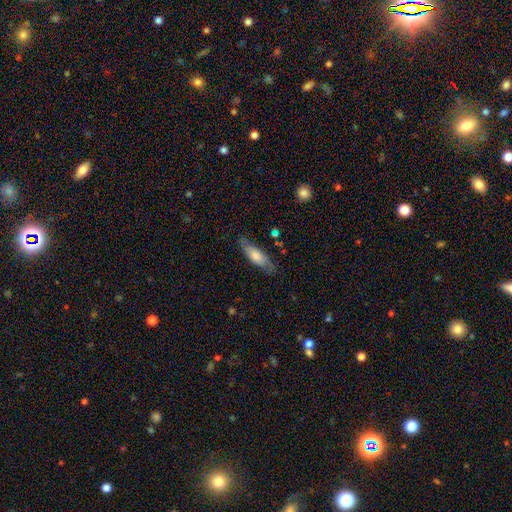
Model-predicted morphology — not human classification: smooth 64%, featured or disk 30%, star or artifact 6%. Down the decision tree: how rounded — in between (53%); merging — none (77%).